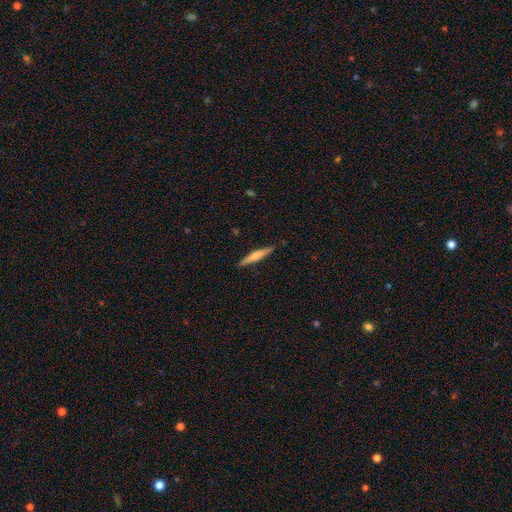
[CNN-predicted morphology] Smooth or featured: featured or disk — 49% (smooth — 45%)
Merging: none — 90% (minor disturbance — 7%)